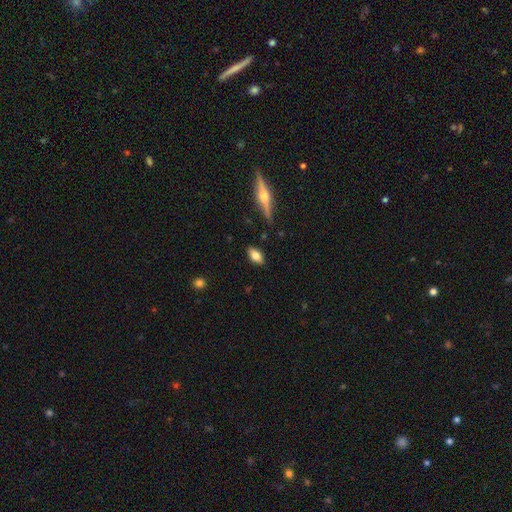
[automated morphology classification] The model was most divided on "smooth or featured": smooth: 72%, featured or disk: 21%, star or artifact: 8%. More confident: how rounded — in between (86%); merging — none (85%).